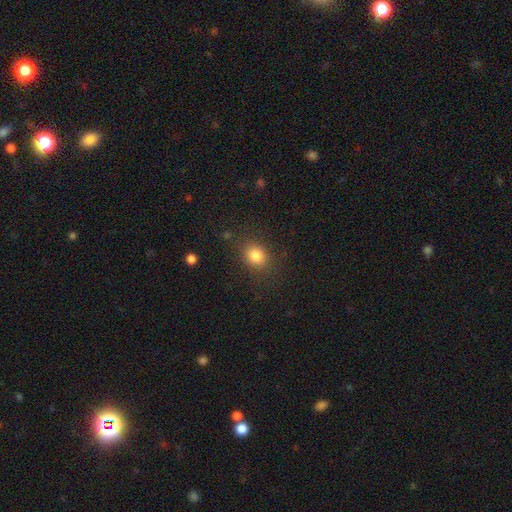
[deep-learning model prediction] smooth-or-featured: smooth: 82% | star or artifact: 12% | featured or disk: 6%
  how-rounded: round: 67% | in between: 32% | cigar-shaped: 1%
  merging: none: 83% | minor disturbance: 11% | major disturbance: 5% | merger: 2%